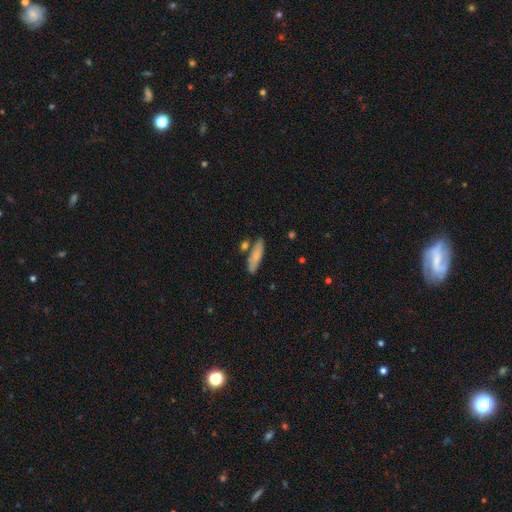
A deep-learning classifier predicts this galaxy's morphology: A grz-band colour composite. It shows a smooth galaxy with no disk features (76%) that is cigar-shaped (63%). Merging: none (76%).